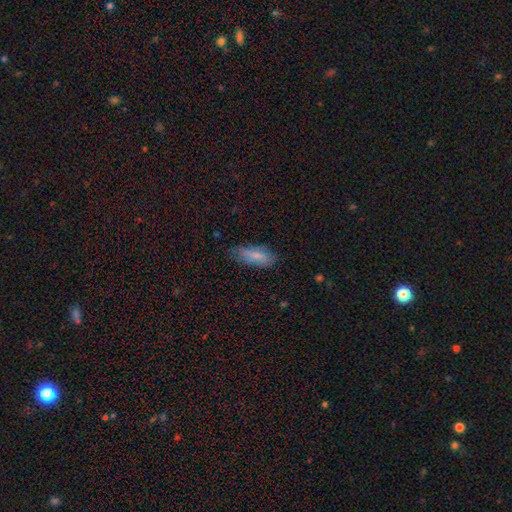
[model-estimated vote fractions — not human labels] The model was most divided on "how rounded": in between: 72%, cigar-shaped: 25%, round: 2%. More confident: smooth or featured — smooth (76%); merging — none (73%).